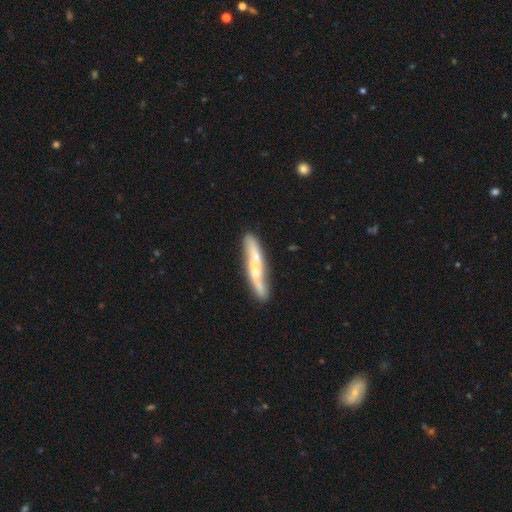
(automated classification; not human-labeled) This appears to be a smooth galaxy with no disk features (50%). Merging: none (65%).